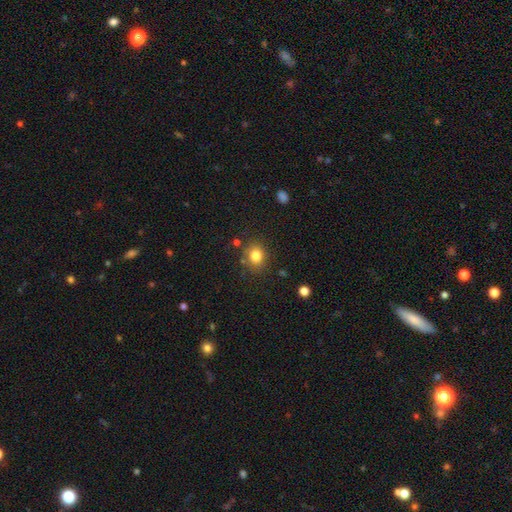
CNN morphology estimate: smooth 81%, star or artifact 12%, featured or disk 7%. Down the decision tree: how rounded — round (68%); merging — none (80%).